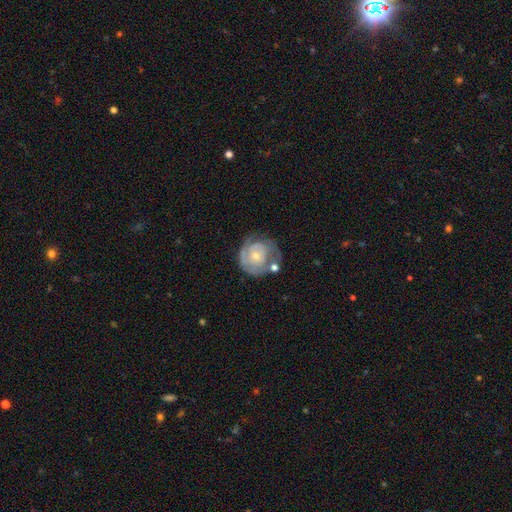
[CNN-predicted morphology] Smooth or featured? Predicted: featured or disk (p=0.63). Edge-on disk? Predicted: no (p=0.97). Bar? Predicted: no (p=0.81). Spiral arms? Predicted: yes (p=0.66). Bulge size? Predicted: small (p=0.51). Merging? Predicted: none (p=0.43).